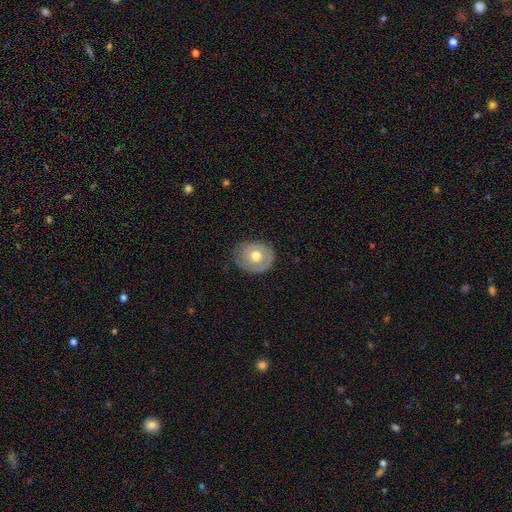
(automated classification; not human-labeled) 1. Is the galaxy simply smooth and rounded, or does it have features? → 57% smooth, 37% featured or disk, 7% star or artifact.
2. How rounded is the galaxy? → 66% round, 33% in between, 1% cigar-shaped.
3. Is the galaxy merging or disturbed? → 72% none, 21% minor disturbance, 6% major disturbance, 1% merger.